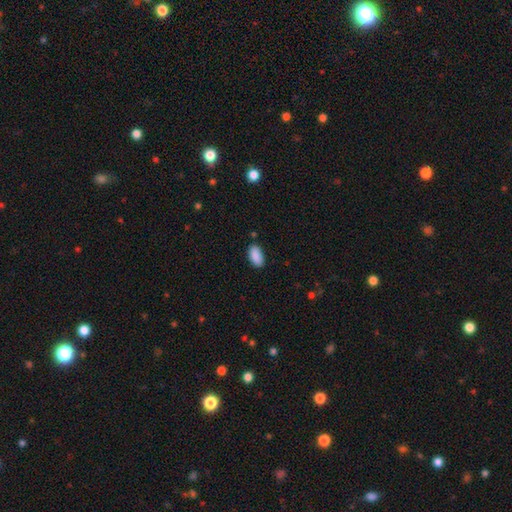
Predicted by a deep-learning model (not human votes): This is clearly a smooth galaxy (90%). How rounded: clearly in between (94%). Merging: clearly none (84%).